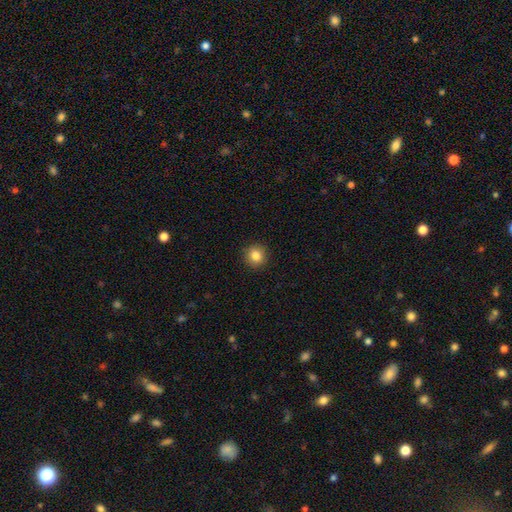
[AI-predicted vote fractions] This is clearly a smooth galaxy (84%). How rounded: clearly round (91%). Merging: clearly none (91%).